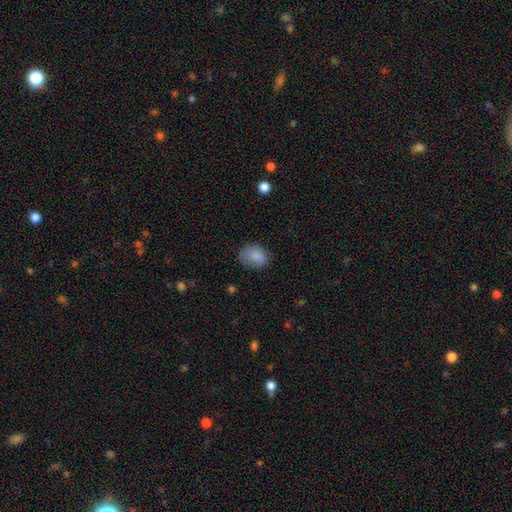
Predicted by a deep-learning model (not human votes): Overall: smooth (83%). How rounded: in between (64%; round 35%). Merging: none (65%).